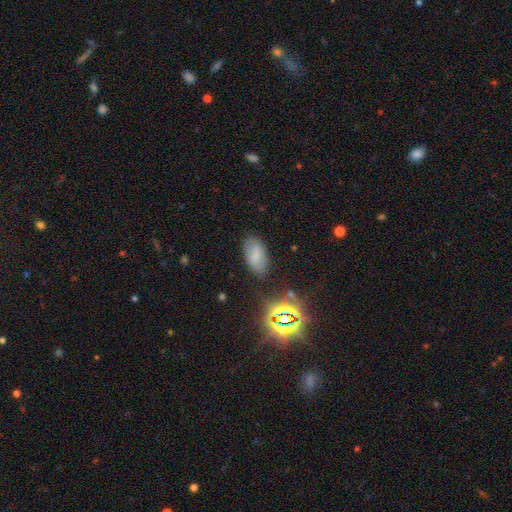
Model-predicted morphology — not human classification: smooth-or-featured: smooth: 66% | featured or disk: 17% | star or artifact: 16%
  how-rounded: in between: 93% | round: 4% | cigar-shaped: 3%
  merging: none: 78% | minor disturbance: 15% | major disturbance: 5% | merger: 2%